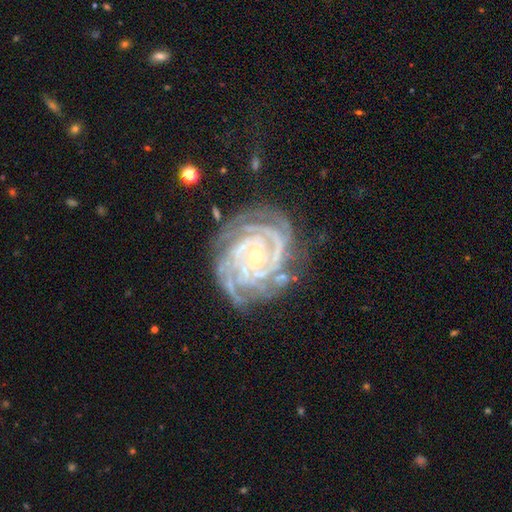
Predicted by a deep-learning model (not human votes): smooth_or_featured: featured or disk (p=0.91) [alt: star or artifact p=0.05]
disk_edge_on: no (p=0.97) [alt: yes p=0.03]
bar: no (p=0.71) [alt: weak p=0.19]
has_spiral_arms: yes (p=0.98) [alt: no p=0.02]
spiral_winding: tight (p=0.80) [alt: medium p=0.17]
spiral_arm_count: 4 (p=0.24) [alt: 3 p=0.23]
bulge_size: small (p=0.71) [alt: moderate p=0.26]
merging: none (p=0.70) [alt: minor disturbance p=0.19]